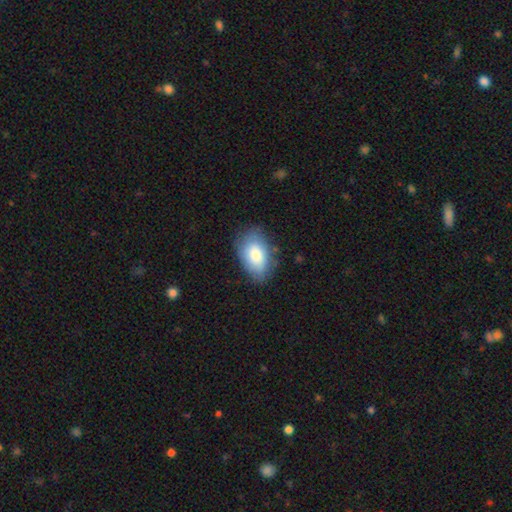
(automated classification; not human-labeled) Q: Smooth or featured?
A: smooth (79%); runner-up: featured or disk (15%)
Q: How rounded?
A: in between (92%); runner-up: round (6%)
Q: Merging?
A: none (76%); runner-up: minor disturbance (18%)